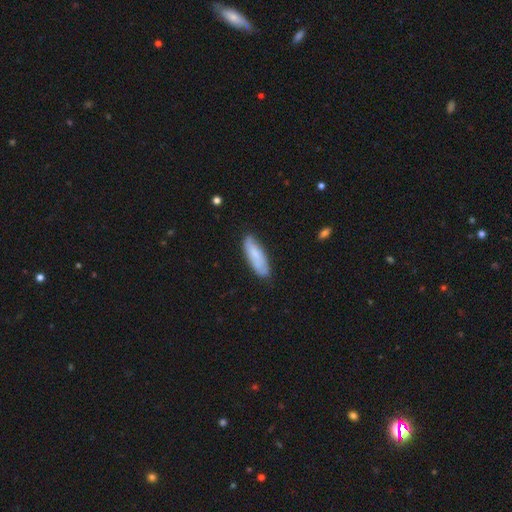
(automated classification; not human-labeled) Morphology: type=smooth (68%); roundness=in between (52%); merging=none (79%).